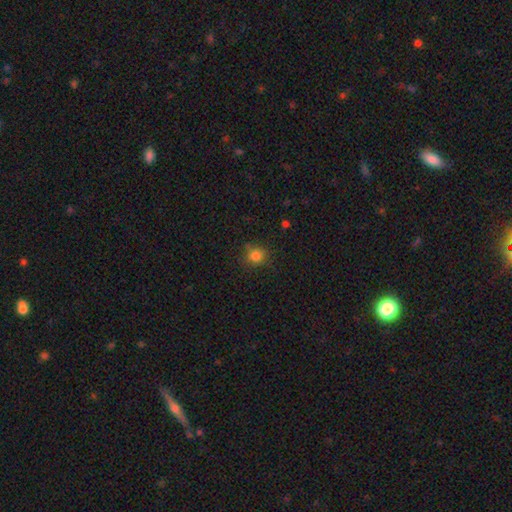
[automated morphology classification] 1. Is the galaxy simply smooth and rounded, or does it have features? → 82% smooth, 13% star or artifact, 5% featured or disk.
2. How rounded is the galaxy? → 82% round, 17% in between, 1% cigar-shaped.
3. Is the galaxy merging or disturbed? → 79% none, 15% minor disturbance, 4% major disturbance, 2% merger.